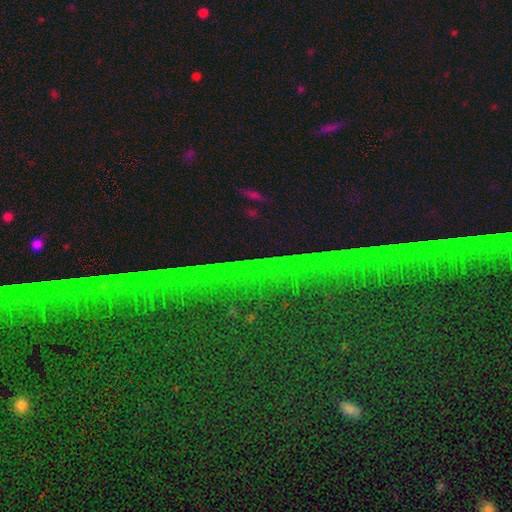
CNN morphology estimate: smooth_or_featured: star or artifact (p=0.82) [alt: featured or disk p=0.10]